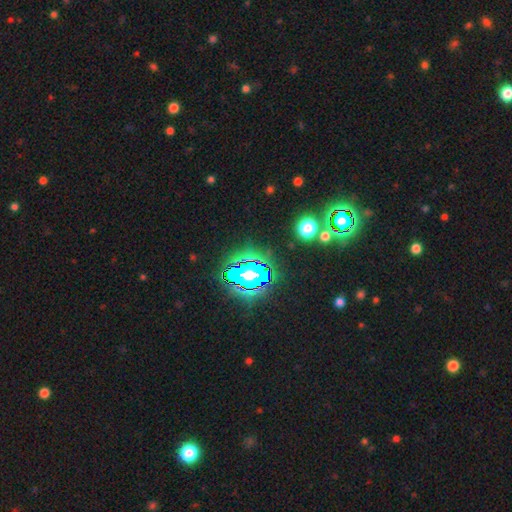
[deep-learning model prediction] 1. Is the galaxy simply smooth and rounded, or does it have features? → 84% star or artifact, 10% smooth, 7% featured or disk.